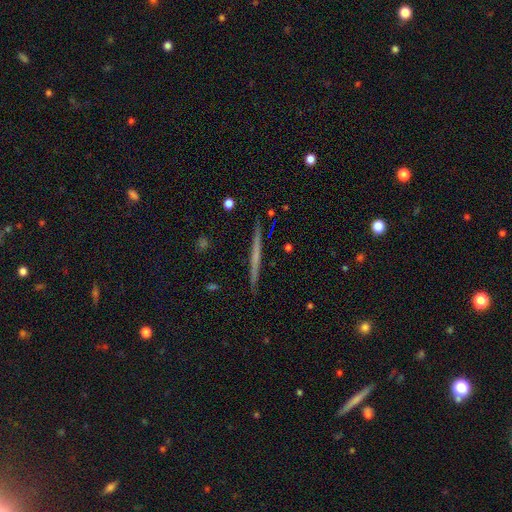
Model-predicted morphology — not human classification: smooth_or_featured: featured or disk (p=0.58) [alt: smooth p=0.35]
disk_edge_on: yes (p=0.98) [alt: no p=0.02]
edge_on_bulge: none (p=0.82) [alt: rounded p=0.13]
merging: none (p=0.92) [alt: minor disturbance p=0.06]